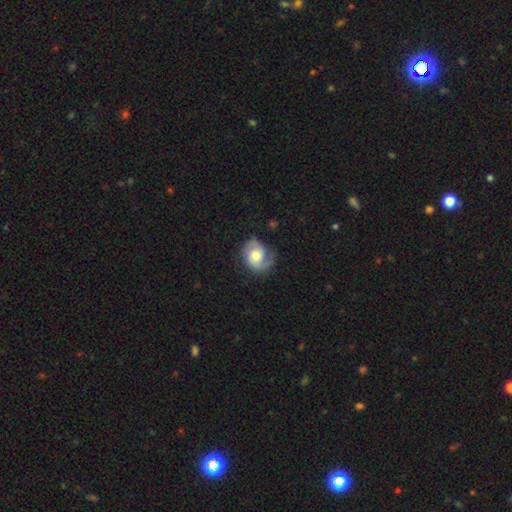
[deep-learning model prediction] Morphology: type=featured or disk (72%); edge-on=no (98%); bar=no (67%); spiral arms=yes (94%); winding=medium (45%); arm count=2 (78%); bulge=moderate (56%); merging=none (70%).